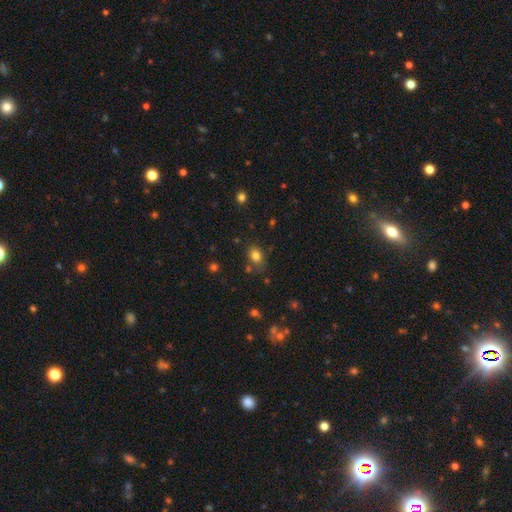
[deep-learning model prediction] smooth-or-featured: smooth: 80% | star or artifact: 12% | featured or disk: 7%
  how-rounded: in between: 69% | round: 30% | cigar-shaped: 1%
  merging: none: 73% | minor disturbance: 16% | merger: 6% | major disturbance: 4%